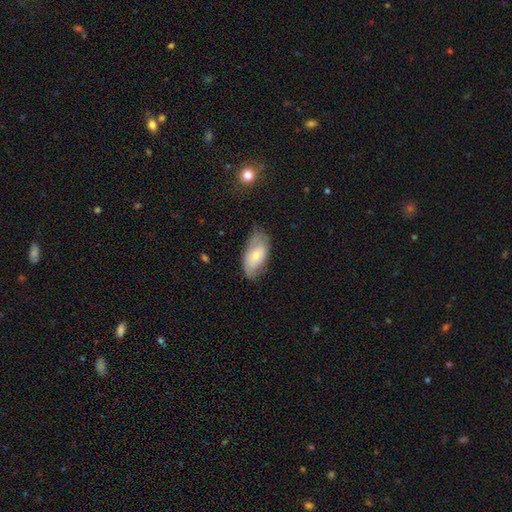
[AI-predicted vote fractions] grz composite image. It shows a smooth galaxy with no disk features (55%) that is in between round and cigar-shaped (92%). Merging: none (60%).